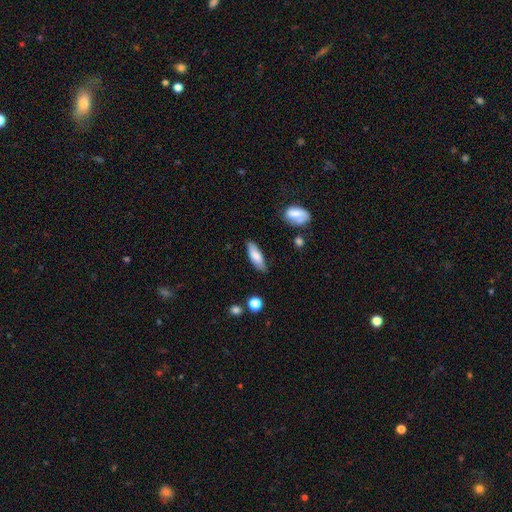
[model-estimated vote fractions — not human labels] Smooth or featured?
  - smooth: 77% *
  - featured or disk: 16%
  - star or artifact: 7%
How rounded?
  - in between: 55% *
  - cigar-shaped: 43%
  - round: 2%
Merging?
  - none: 79% *
  - minor disturbance: 16%
  - major disturbance: 3%
  - merger: 2%